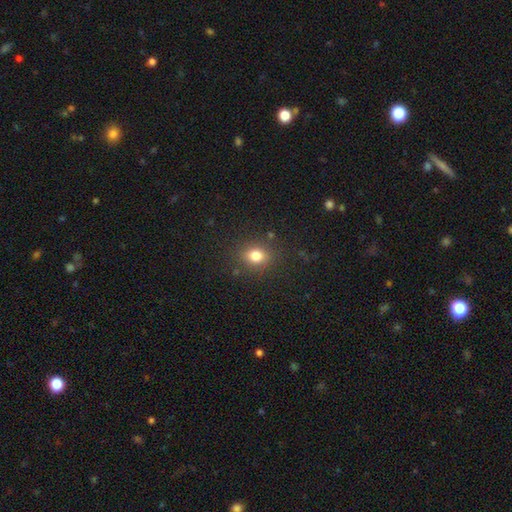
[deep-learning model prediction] Morphology: type=smooth (80%); roundness=round (57%); merging=none (84%).